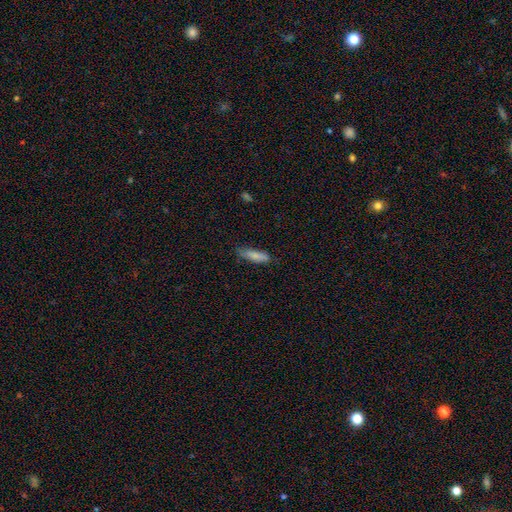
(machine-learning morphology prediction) A smooth galaxy with no disk features (83%) that is cigar-shaped (58%). Merging: none (72%).